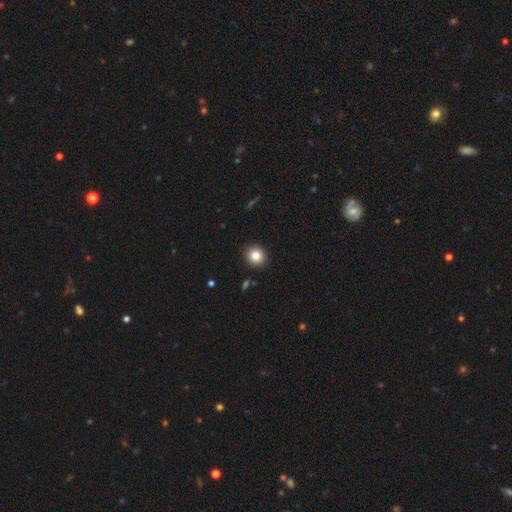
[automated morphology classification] Overall: smooth (84%). How rounded: round (89%). Merging: none (91%).